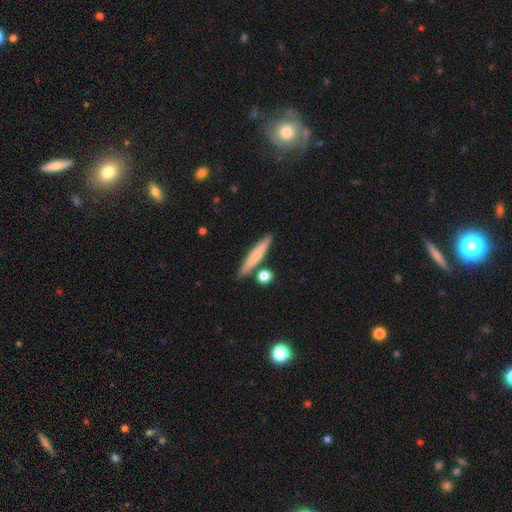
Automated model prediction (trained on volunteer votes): The model was most divided on "smooth or featured": smooth: 68%, featured or disk: 26%, star or artifact: 6%. More confident: how rounded — cigar-shaped (92%); merging — none (82%).